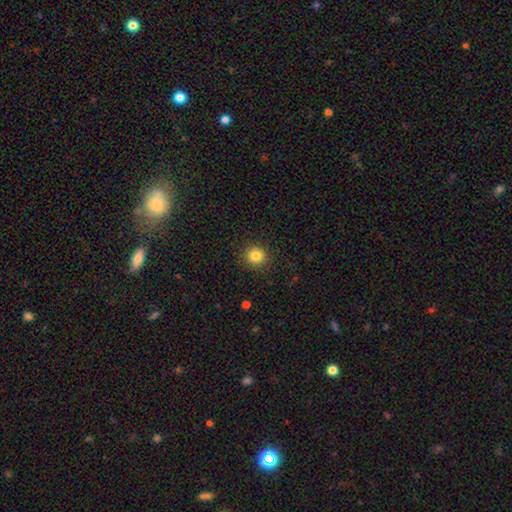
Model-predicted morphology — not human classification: Smooth or featured? smooth (83%)
How rounded? round (92%)
Merging? none (90%)